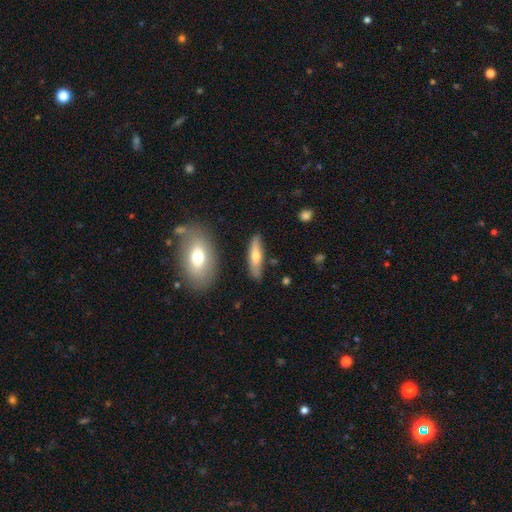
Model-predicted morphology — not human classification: Smooth or featured?
  - smooth: 54% *
  - featured or disk: 39%
  - star or artifact: 6%
How rounded?
  - cigar-shaped: 67% *
  - in between: 30%
  - round: 3%
Merging?
  - none: 84% *
  - minor disturbance: 10%
  - merger: 3%
  - major disturbance: 2%